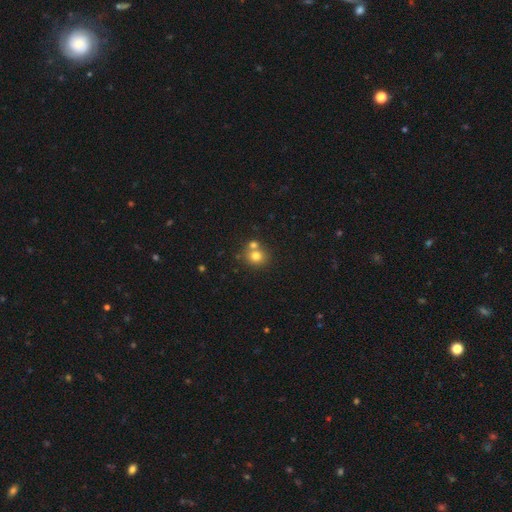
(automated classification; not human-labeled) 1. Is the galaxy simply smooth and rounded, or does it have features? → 76% smooth, 13% star or artifact, 11% featured or disk.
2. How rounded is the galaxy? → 82% round, 17% in between, 1% cigar-shaped.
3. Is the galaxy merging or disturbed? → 53% none, 36% merger, 8% minor disturbance, 3% major disturbance.